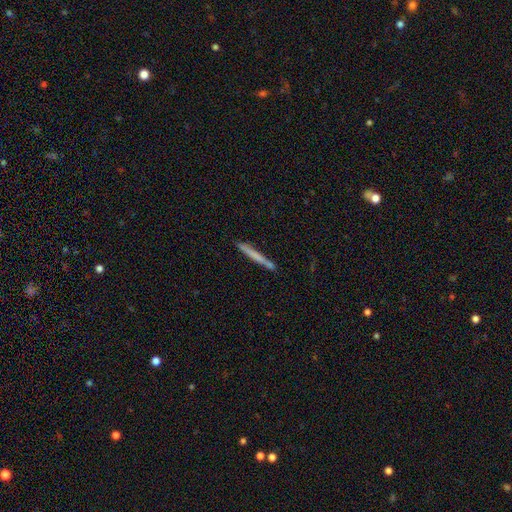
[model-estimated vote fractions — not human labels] Smooth or featured? Predicted: smooth (p=0.61). How rounded? Predicted: cigar-shaped (p=0.97). Merging? Predicted: none (p=0.84).